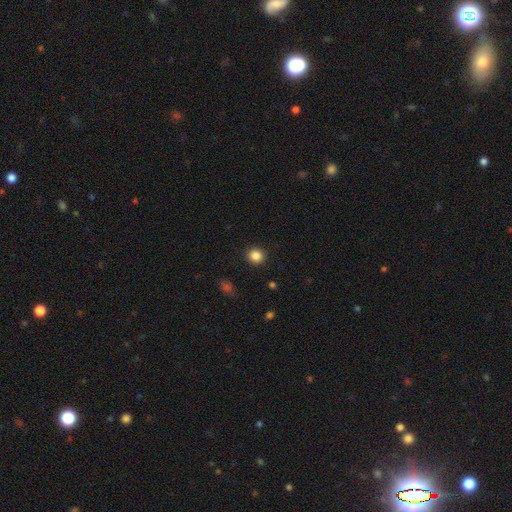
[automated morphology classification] type=smooth (85%); roundness=round (89%); merging=none (91%).